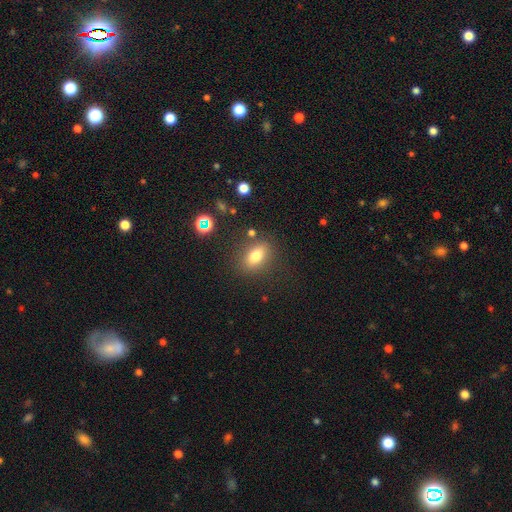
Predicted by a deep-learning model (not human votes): Overall: smooth (77%). How rounded: in between (80%). Merging: none (81%).